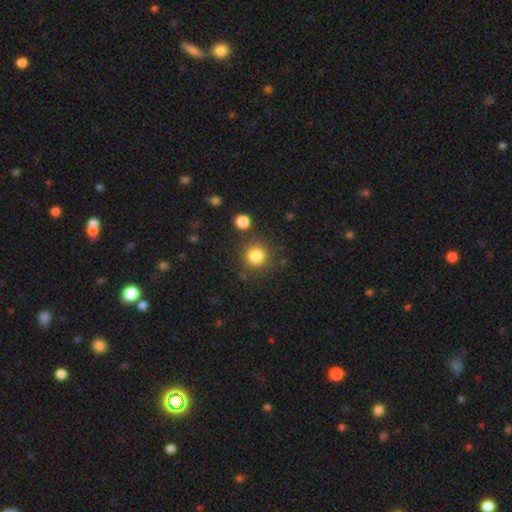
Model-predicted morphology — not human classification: Smooth or featured: smooth — 83% (star or artifact — 11%)
How rounded: round — 93% (in between — 6%)
Merging: none — 82% (minor disturbance — 9%)